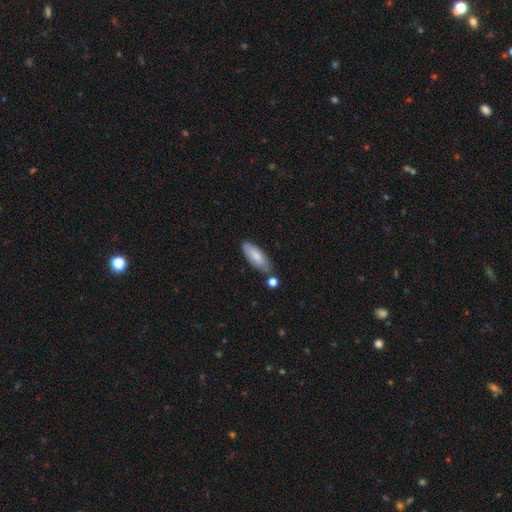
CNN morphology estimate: A smooth galaxy with no disk features (78%) that is in between round and cigar-shaped (68%). Merging: none (70%).